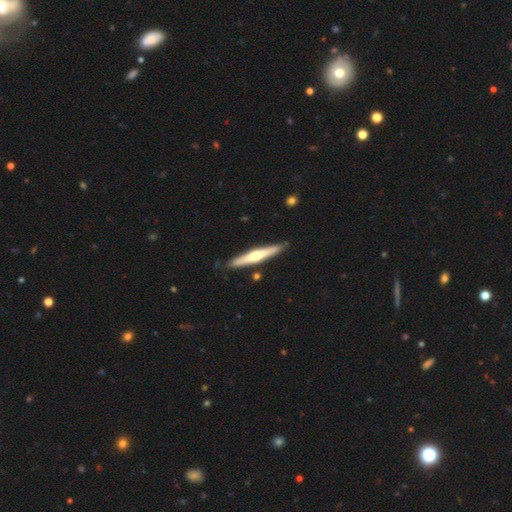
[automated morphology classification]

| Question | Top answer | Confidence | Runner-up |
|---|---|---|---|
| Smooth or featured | featured or disk | 59% | smooth (36%) |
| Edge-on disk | yes | 97% | no (3%) |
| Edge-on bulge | rounded | 82% | none (10%) |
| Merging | none | 88% | minor disturbance (9%) |